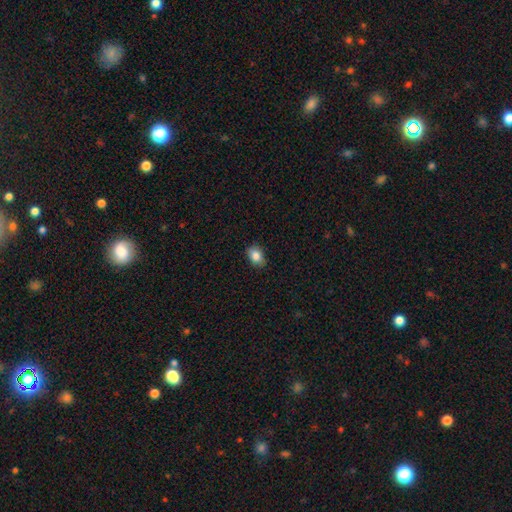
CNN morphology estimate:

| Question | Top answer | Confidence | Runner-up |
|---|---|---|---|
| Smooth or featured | smooth | 85% | star or artifact (8%) |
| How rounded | in between | 79% | round (19%) |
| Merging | none | 84% | minor disturbance (12%) |